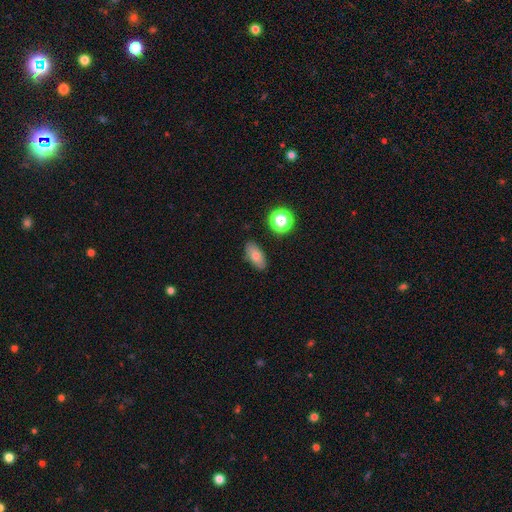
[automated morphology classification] Smooth or featured: smooth — 76% (featured or disk — 14%)
How rounded: in between — 84% (cigar-shaped — 9%)
Merging: none — 85% (minor disturbance — 11%)